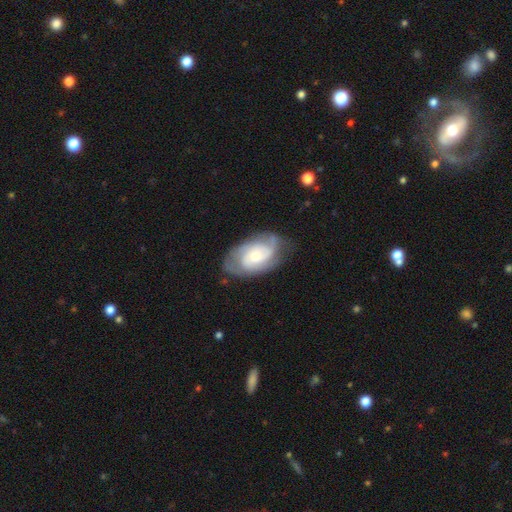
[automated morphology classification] smooth_or_featured: featured or disk (p=0.75) [alt: smooth p=0.19]
disk_edge_on: no (p=0.96) [alt: yes p=0.04]
bar: no (p=0.69) [alt: weak p=0.27]
has_spiral_arms: yes (p=0.92) [alt: no p=0.08]
spiral_winding: tight (p=0.48) [alt: medium p=0.40]
spiral_arm_count: 2 (p=0.39) [alt: can't tell p=0.26]
bulge_size: moderate (p=0.47) [alt: small p=0.45]
merging: none (p=0.67) [alt: minor disturbance p=0.23]